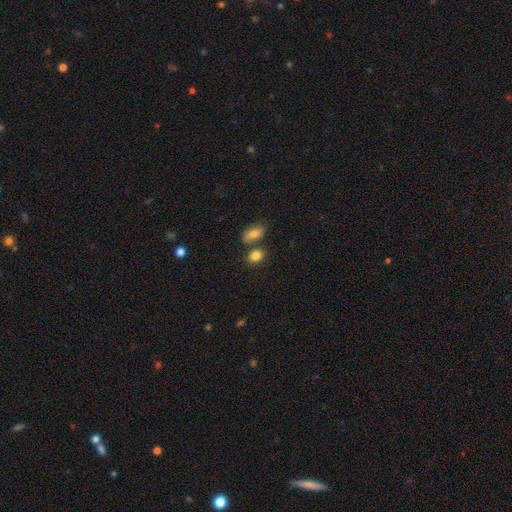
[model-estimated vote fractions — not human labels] smooth 83%, star or artifact 9%, featured or disk 7%. Down the decision tree: how rounded — in between (73%); merging — none (61%).